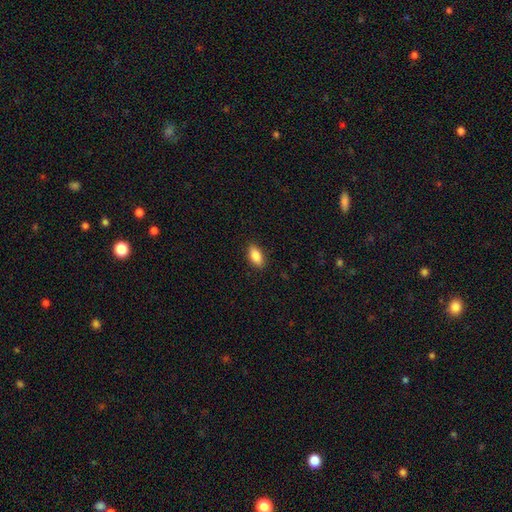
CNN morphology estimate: smooth_or_featured: smooth (p=0.86) [alt: star or artifact p=0.07]
how_rounded: in between (p=0.88) [alt: cigar-shaped p=0.08]
merging: none (p=0.88) [alt: minor disturbance p=0.09]